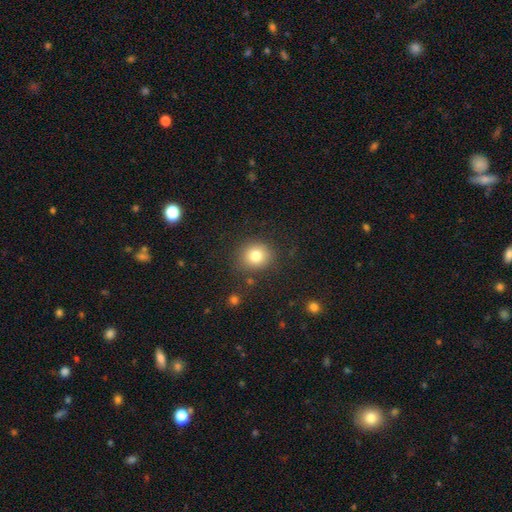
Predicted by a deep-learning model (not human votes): Smooth or featured? smooth (80%)
How rounded? round (86%)
Merging? none (85%)